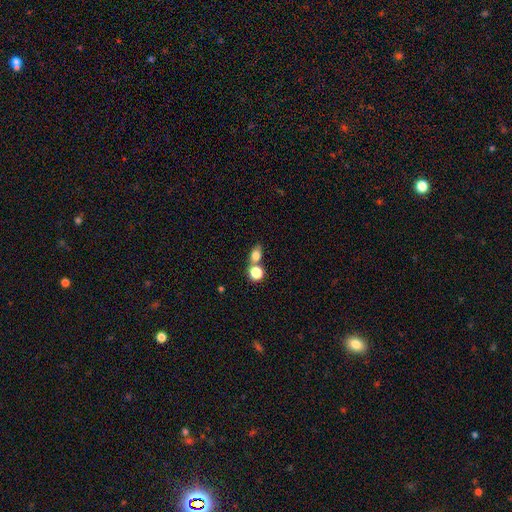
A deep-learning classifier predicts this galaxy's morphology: smooth 76%, star or artifact 13%, featured or disk 10%. Down the decision tree: how rounded — in between (58%); merging — none (51%).